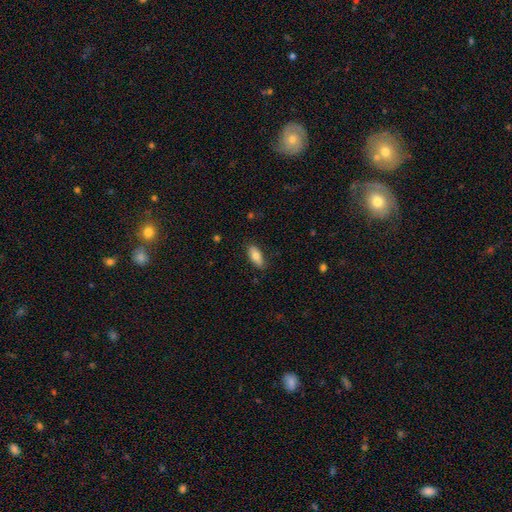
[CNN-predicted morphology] type=smooth (77%); roundness=in between (87%); merging=none (84%).